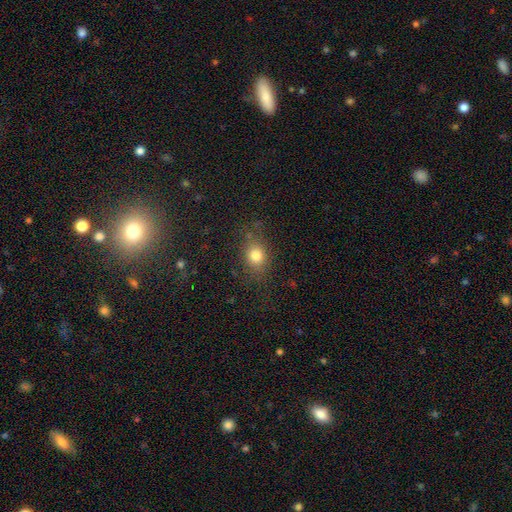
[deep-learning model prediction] Q: Smooth or featured?
A: smooth (78%); runner-up: star or artifact (13%)
Q: How rounded?
A: round (51%); runner-up: in between (47%)
Q: Merging?
A: none (76%); runner-up: minor disturbance (15%)